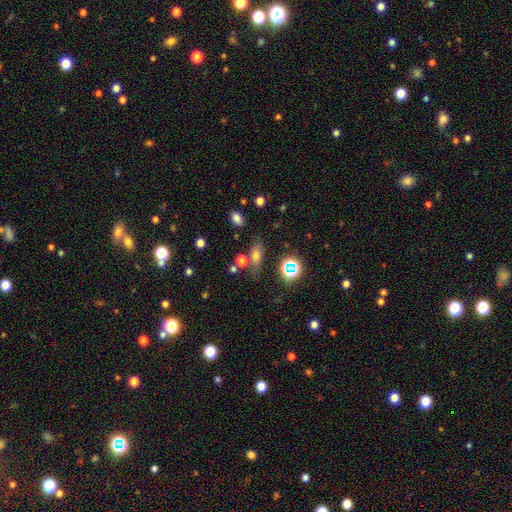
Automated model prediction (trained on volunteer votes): Q: Smooth or featured?
A: smooth (63%); runner-up: star or artifact (21%)
Q: How rounded?
A: in between (68%); runner-up: cigar-shaped (18%)
Q: Merging?
A: none (66%); runner-up: minor disturbance (17%)